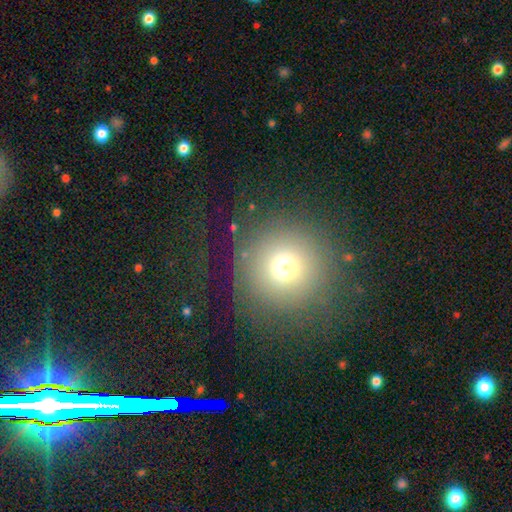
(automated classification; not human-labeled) Smooth or featured?
  - smooth: 58% *
  - star or artifact: 29%
  - featured or disk: 14%
How rounded?
  - round: 94% *
  - in between: 5%
  - cigar-shaped: 1%
Merging?
  - none: 86% *
  - minor disturbance: 8%
  - major disturbance: 5%
  - merger: 2%